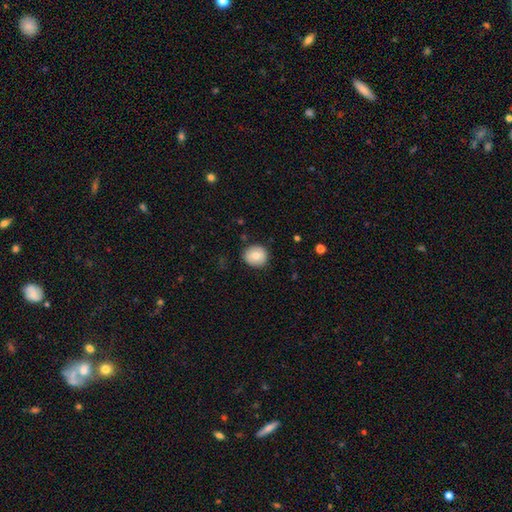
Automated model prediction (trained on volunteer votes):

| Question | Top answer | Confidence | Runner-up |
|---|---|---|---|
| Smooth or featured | smooth | 77% | featured or disk (15%) |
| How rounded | round | 87% | in between (12%) |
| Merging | none | 85% | minor disturbance (11%) |